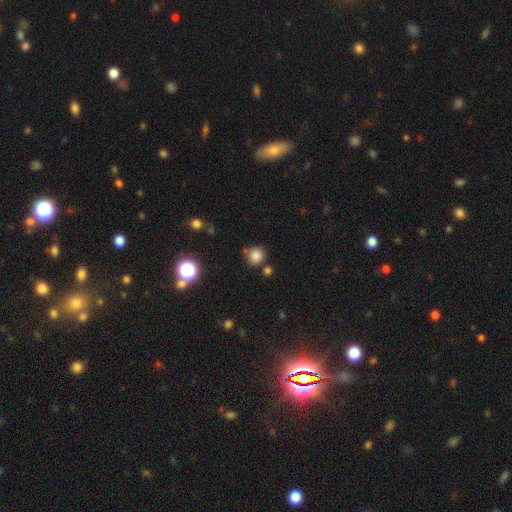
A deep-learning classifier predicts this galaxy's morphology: Smooth or featured: smooth — 82% (star or artifact — 13%)
How rounded: round — 90% (in between — 9%)
Merging: none — 78% (minor disturbance — 10%)